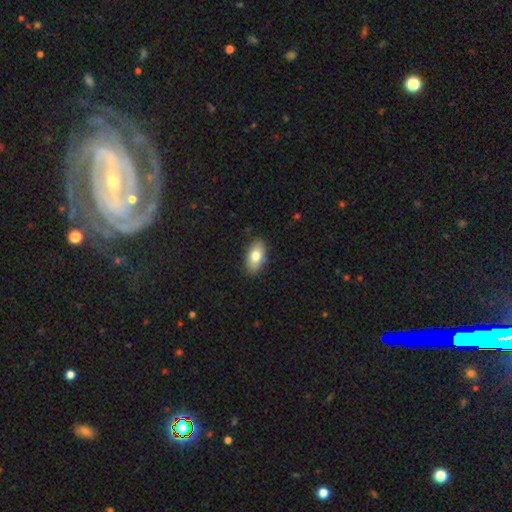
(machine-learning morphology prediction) Smooth or featured? Predicted: smooth (p=0.79). How rounded? Predicted: in between (p=0.91). Merging? Predicted: none (p=0.86).